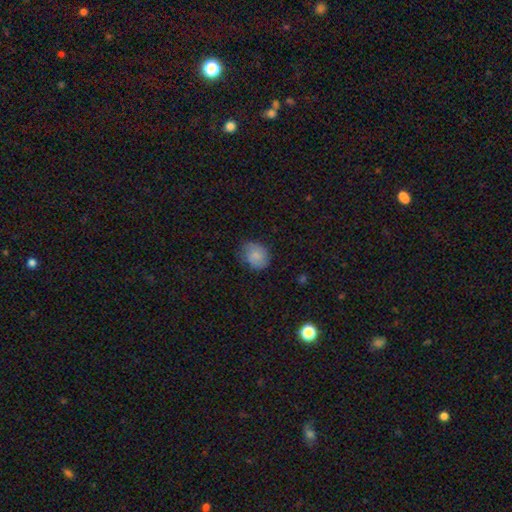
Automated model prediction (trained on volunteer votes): The model was most divided on "how rounded": round: 56%, in between: 43%, cigar-shaped: 1%. More confident: smooth or featured — smooth (70%); merging — none (68%).